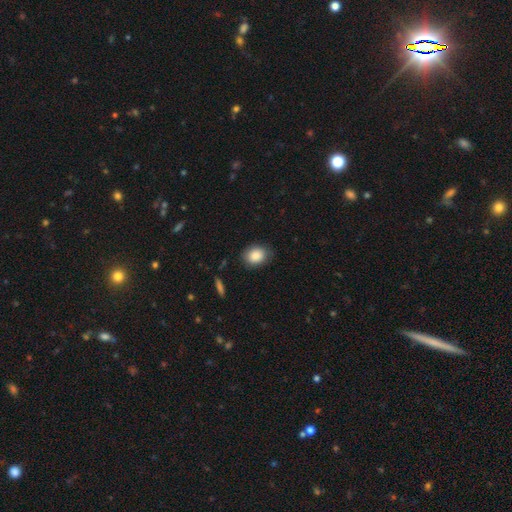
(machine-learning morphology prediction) A smooth galaxy with no disk features (86%) that is in between round and cigar-shaped (55%). Merging: none (80%).